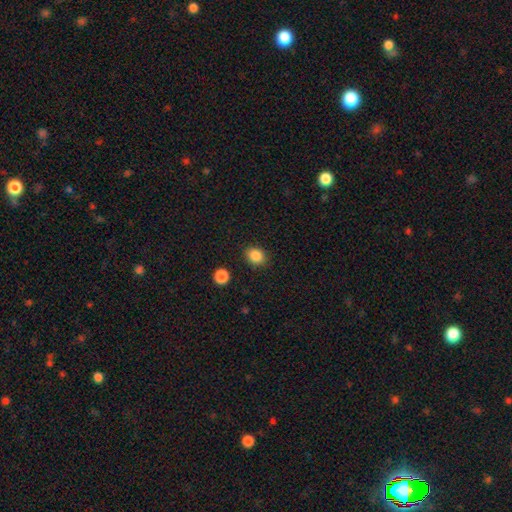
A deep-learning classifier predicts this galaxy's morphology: A smooth galaxy with no disk features (87%) that is round (62%).

Vote fractions:
- Smooth or featured? smooth: 87% / star or artifact: 10% / featured or disk: 4%
- How rounded? round: 62% / in between: 37% / cigar-shaped: 1%
- Merging? none: 87% / minor disturbance: 9% / major disturbance: 3% / merger: 2%